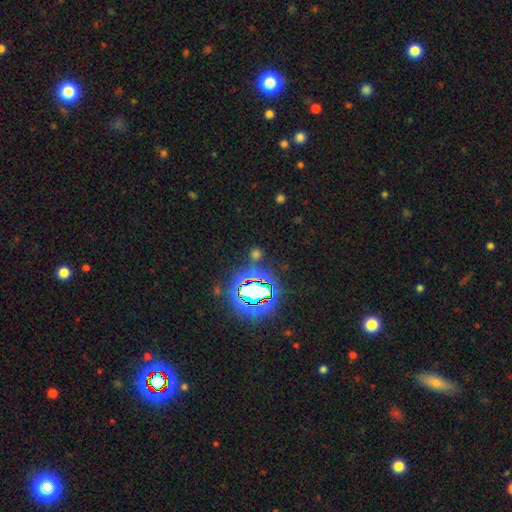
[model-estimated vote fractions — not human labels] Smooth or featured?
  - star or artifact: 56% *
  - smooth: 36%
  - featured or disk: 8%